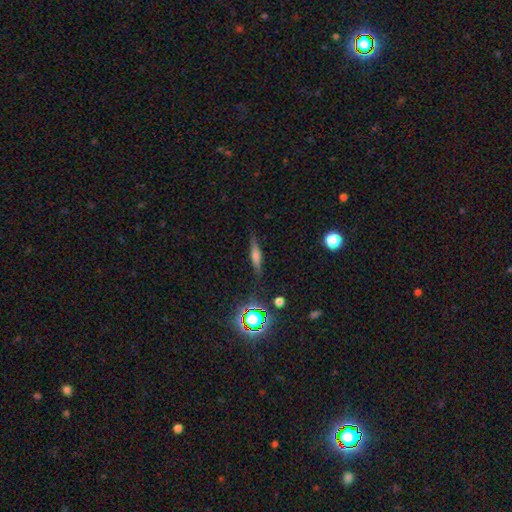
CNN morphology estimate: smooth-or-featured: smooth: 43% | featured or disk: 42% | star or artifact: 15%
  merging: none: 84% | minor disturbance: 12% | major disturbance: 3% | merger: 2%